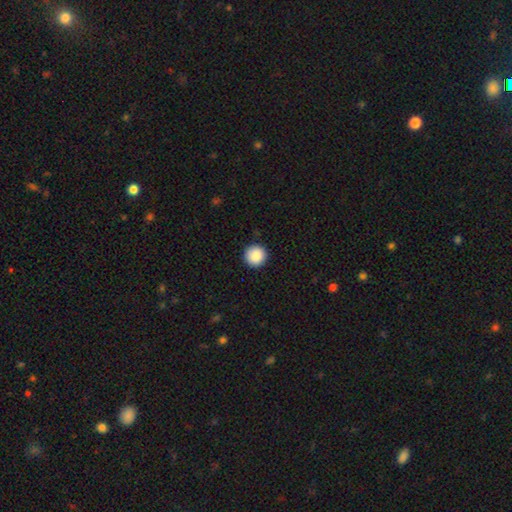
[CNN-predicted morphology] This appears to be a smooth galaxy with no disk features (89%) that is round (96%). Merging: none (92%).